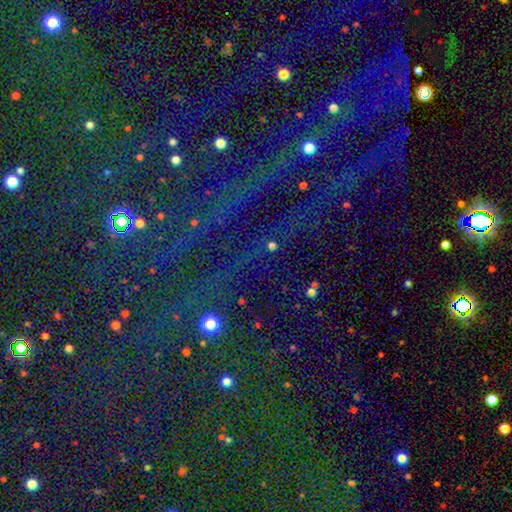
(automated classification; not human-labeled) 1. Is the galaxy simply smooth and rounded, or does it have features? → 80% star or artifact, 11% smooth, 9% featured or disk.